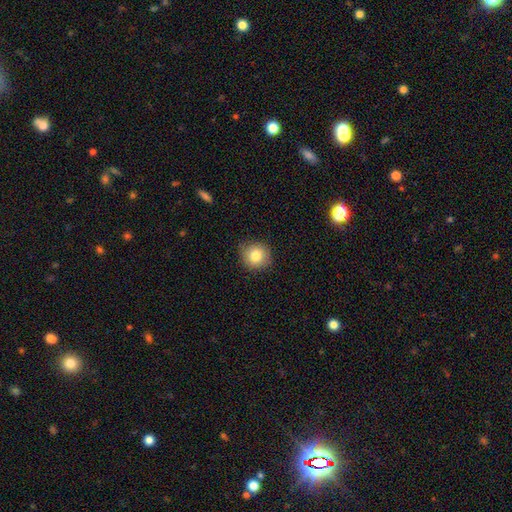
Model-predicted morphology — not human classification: This appears to be a smooth galaxy with no disk features (83%) that is round (89%). Merging: none (83%).